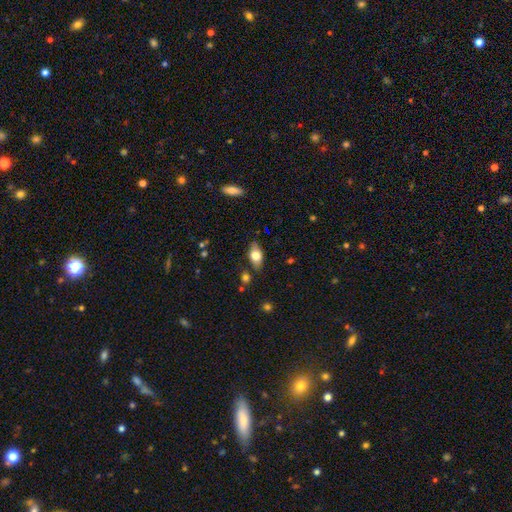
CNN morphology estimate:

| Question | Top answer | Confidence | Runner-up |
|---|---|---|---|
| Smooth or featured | smooth | 67% | featured or disk (25%) |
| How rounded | in between | 84% | round (8%) |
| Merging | none | 78% | minor disturbance (15%) |